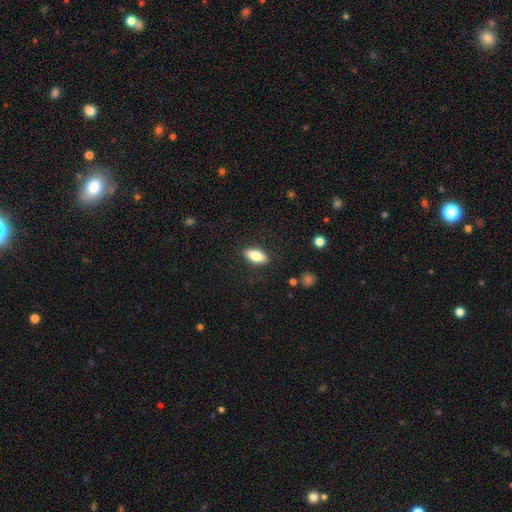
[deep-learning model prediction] This appears to be a smooth galaxy with no disk features (79%) that is in between round and cigar-shaped (84%). Merging: none (87%).